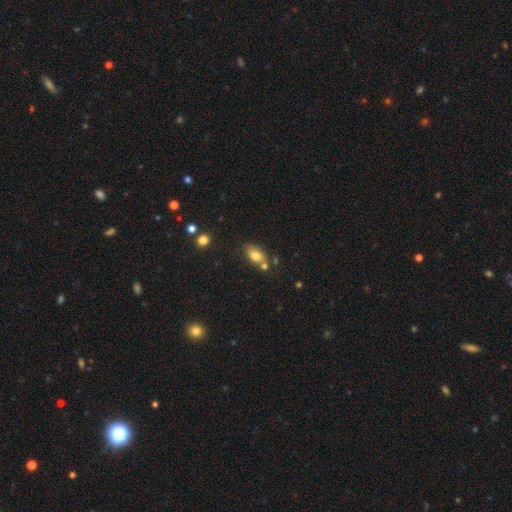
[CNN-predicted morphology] This appears to be a smooth galaxy with no disk features (78%) that is in between round and cigar-shaped (86%). Merging: none (62%).